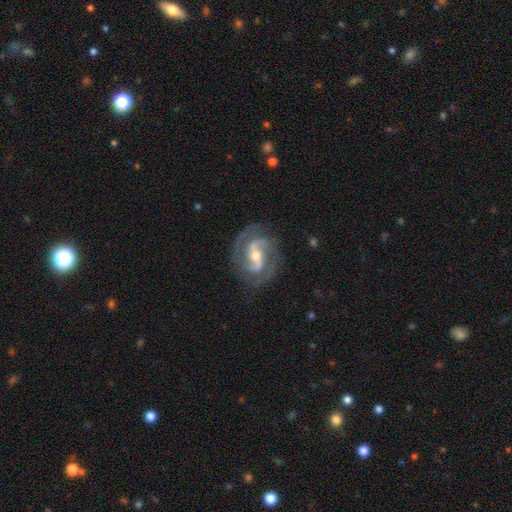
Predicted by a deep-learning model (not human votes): Smooth or featured?
  - featured or disk: 90% *
  - smooth: 5%
  - star or artifact: 4%
Edge-on disk?
  - no: 97% *
  - yes: 3%
Bar?
  - weak: 41% *
  - strong: 40%
  - no: 19%
Spiral arms?
  - yes: 97% *
  - no: 3%
Spiral winding?
  - medium: 54% *
  - tight: 34%
  - loose: 12%
Spiral arm count?
  - 2: 85% *
  - 3: 7%
  - can't tell: 4%
  - 1: 2%
  - 4: 1%
  - more than 4: 1%
Bulge size?
  - moderate: 55% *
  - small: 40%
  - large: 3%
  - none: 1%
  - dominant: 1%
Merging?
  - none: 79% *
  - minor disturbance: 14%
  - major disturbance: 6%
  - merger: 1%